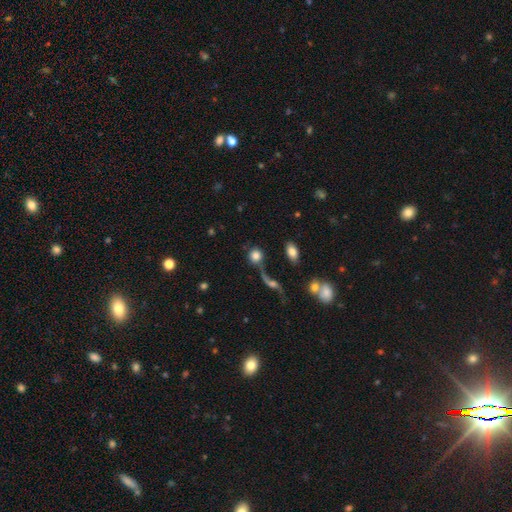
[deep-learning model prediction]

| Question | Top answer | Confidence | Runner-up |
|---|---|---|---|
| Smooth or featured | smooth | 76% | featured or disk (15%) |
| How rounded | round | 87% | in between (11%) |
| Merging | none | 51% | merger (22%) |